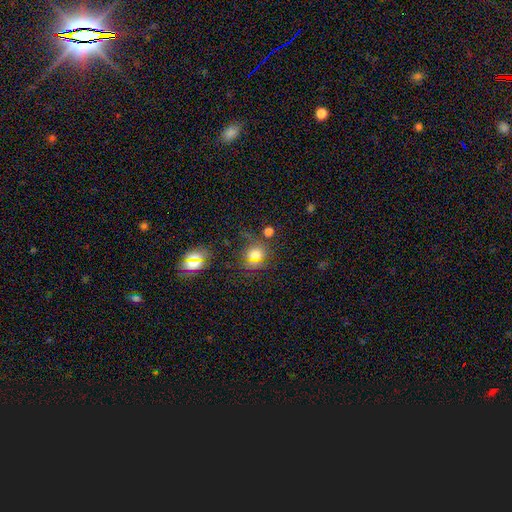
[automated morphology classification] Q: Smooth or featured?
A: smooth (61%); runner-up: star or artifact (31%)
Q: How rounded?
A: round (81%); runner-up: in between (17%)
Q: Merging?
A: none (75%); runner-up: minor disturbance (13%)